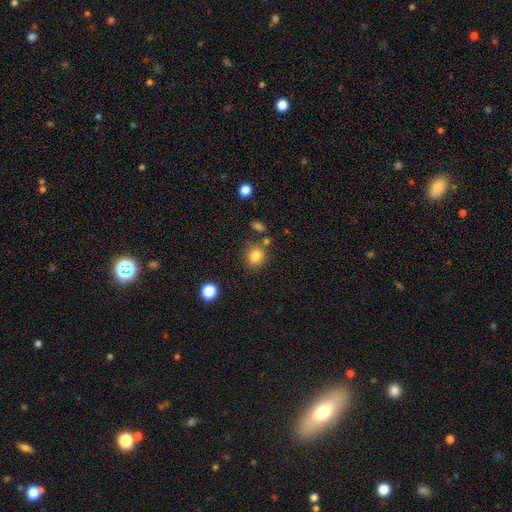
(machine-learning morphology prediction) This is clearly a smooth galaxy (83%). How rounded: clearly round (85%). Merging: likely none (77%).